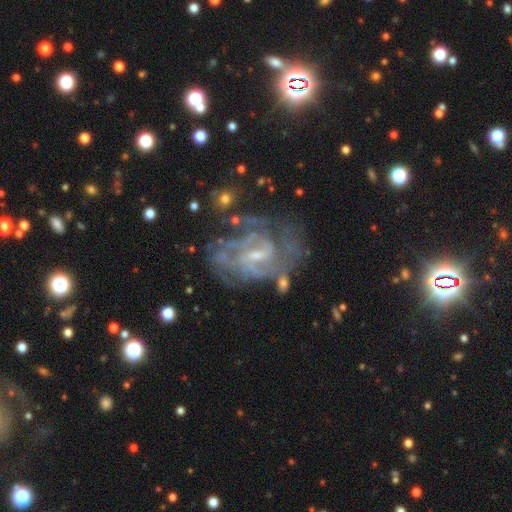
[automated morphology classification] Smooth or featured: featured or disk — 84% (smooth — 8%)
Edge-on disk: no — 97% (yes — 3%)
Bar: weak — 57% (no — 26%)
Spiral arms: yes — 85% (no — 15%)
Spiral winding: tight — 44% (medium — 42%)
Spiral arm count: can't tell — 42% (2 — 23%)
Bulge size: small — 59% (moderate — 28%)
Merging: none — 53% (minor disturbance — 21%)